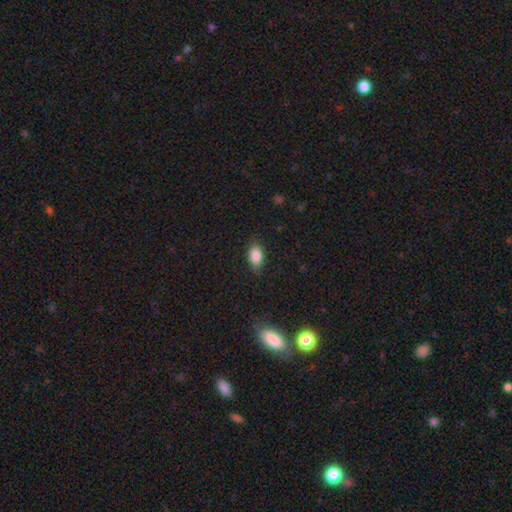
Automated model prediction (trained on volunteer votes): Q: Smooth or featured?
A: smooth (85%); runner-up: star or artifact (9%)
Q: How rounded?
A: in between (89%); runner-up: round (7%)
Q: Merging?
A: none (81%); runner-up: minor disturbance (15%)